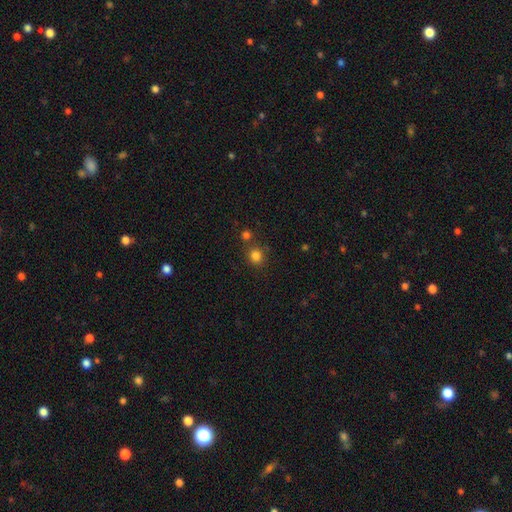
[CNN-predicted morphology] smooth_or_featured: smooth (p=0.80) [alt: star or artifact p=0.14]
how_rounded: round (p=0.82) [alt: in between p=0.17]
merging: none (p=0.72) [alt: merger p=0.15]